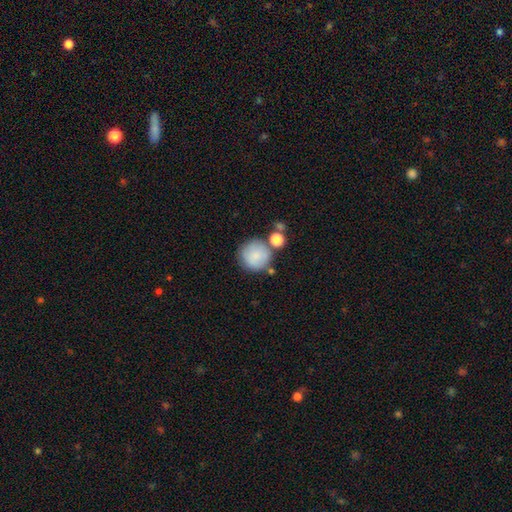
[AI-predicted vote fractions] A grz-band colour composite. It shows a smooth galaxy with no disk features (83%) that is round (94%). Merging: none (68%).